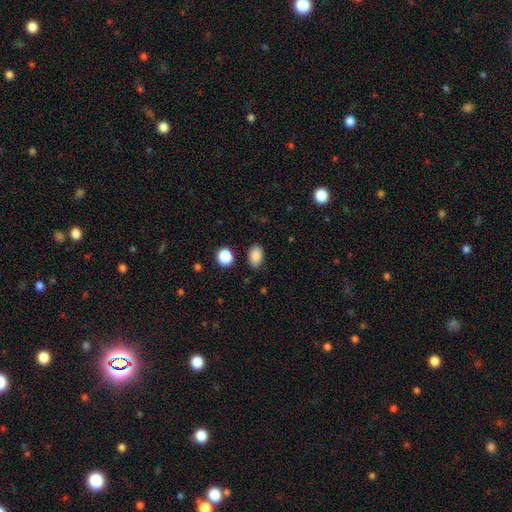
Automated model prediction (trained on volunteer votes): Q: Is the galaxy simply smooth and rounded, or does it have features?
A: smooth — 87%.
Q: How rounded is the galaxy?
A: in between — 88%.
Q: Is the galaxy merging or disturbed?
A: none — 85%.